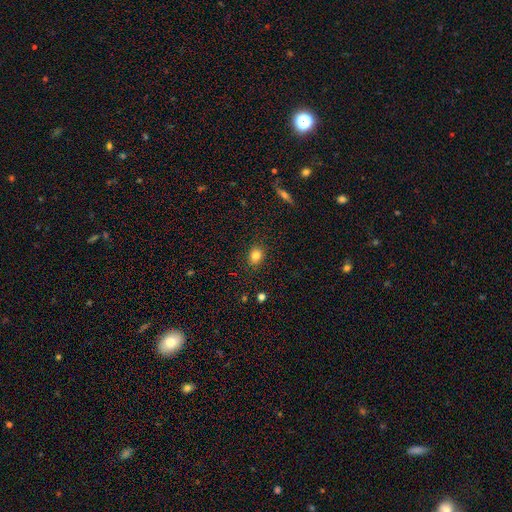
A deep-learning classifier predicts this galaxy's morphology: A smooth galaxy with no disk features (83%) that is in between round and cigar-shaped (52%). Merging: none (87%).